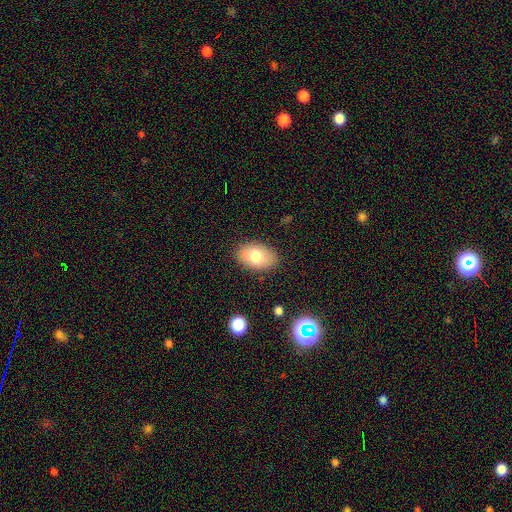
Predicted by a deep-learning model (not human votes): A smooth galaxy with no disk features (71%) that is in between round and cigar-shaped (87%).

Vote fractions:
- Smooth or featured? smooth: 71% / featured or disk: 17% / star or artifact: 12%
- How rounded? in between: 87% / round: 11% / cigar-shaped: 1%
- Merging? none: 88% / minor disturbance: 8% / major disturbance: 2% / merger: 1%